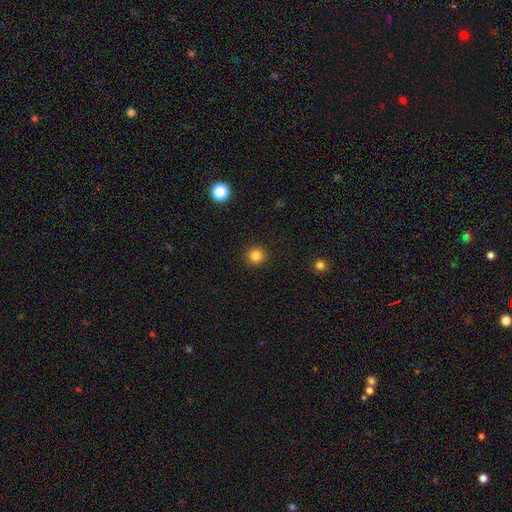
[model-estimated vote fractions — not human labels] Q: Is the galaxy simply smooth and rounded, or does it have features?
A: smooth — 84%.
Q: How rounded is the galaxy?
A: round — 92%.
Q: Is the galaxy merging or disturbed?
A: none — 92%.